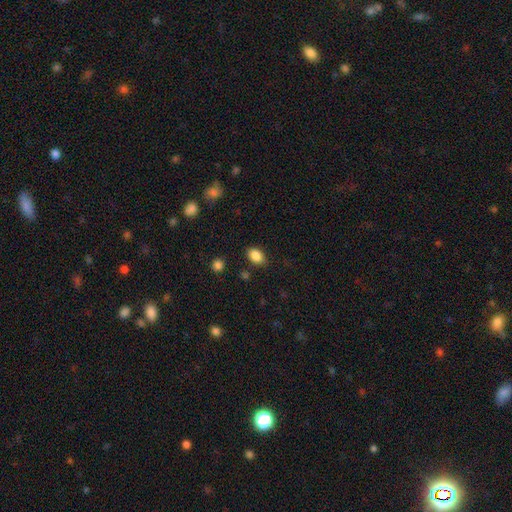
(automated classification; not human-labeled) Smooth or featured? smooth (87%)
How rounded? in between (81%)
Merging? none (84%)